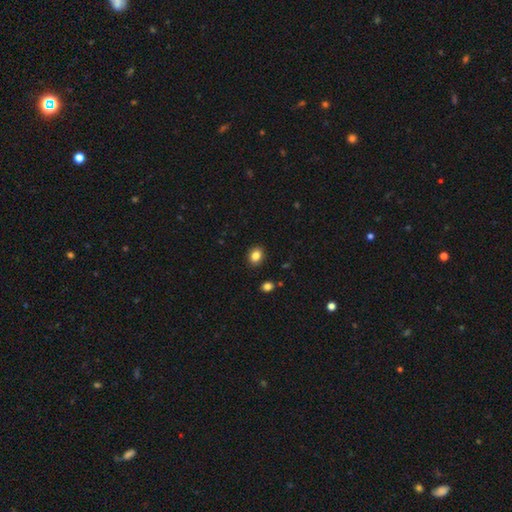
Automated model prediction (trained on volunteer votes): A smooth galaxy with no disk features (85%) that is in between round and cigar-shaped (60%).

Vote fractions:
- Smooth or featured? smooth: 85% / star or artifact: 10% / featured or disk: 5%
- How rounded? in between: 60% / round: 39% / cigar-shaped: 1%
- Merging? none: 89% / minor disturbance: 7% / major disturbance: 2% / merger: 1%